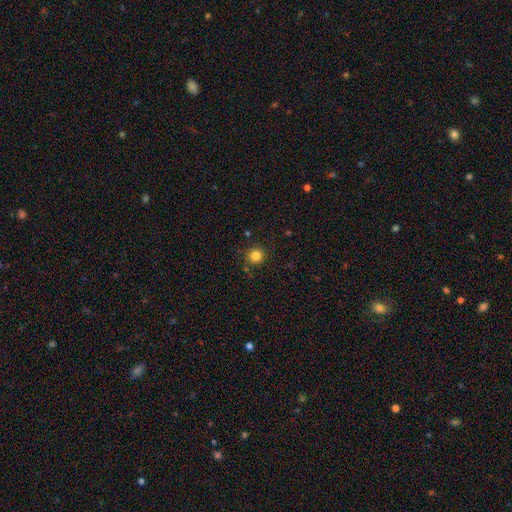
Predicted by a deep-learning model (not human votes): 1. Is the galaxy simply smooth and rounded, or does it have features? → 83% smooth, 12% star or artifact, 5% featured or disk.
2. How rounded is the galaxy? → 94% round, 5% in between, 1% cigar-shaped.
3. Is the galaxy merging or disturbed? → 85% none, 9% minor disturbance, 3% merger, 3% major disturbance.